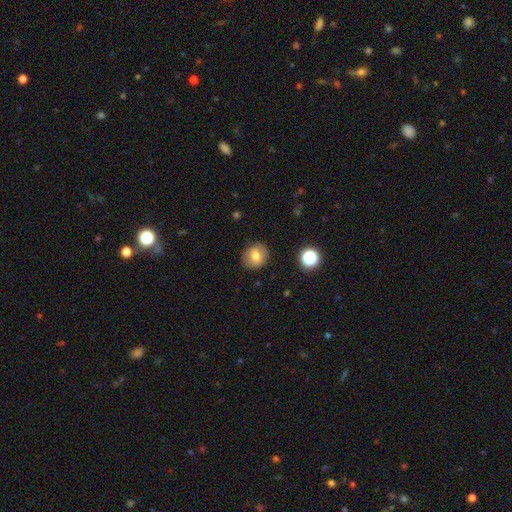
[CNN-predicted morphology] This appears to be a smooth galaxy with no disk features (72%) that is round (74%). Merging: none (86%).